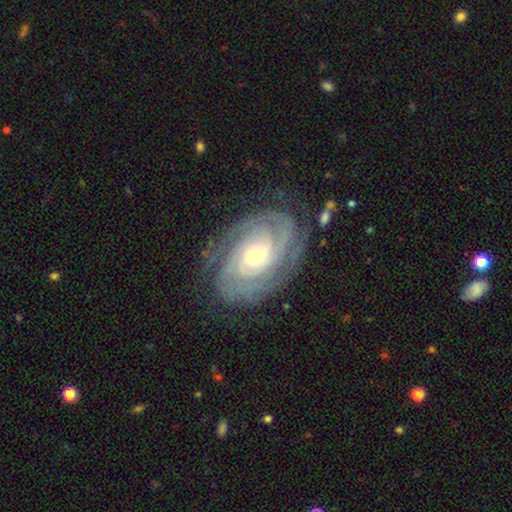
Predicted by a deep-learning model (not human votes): The model was most divided on "bulge size": small: 49%, moderate: 47%, large: 3%, none: 1%, dominant: 1%. Remaining: spiral arms — yes (98%); edge-on disk — no (97%); smooth or featured — featured or disk (90%); merging — none (78%); spiral winding — tight (78%); bar — no (50%); spiral arm count — 2 (29%).